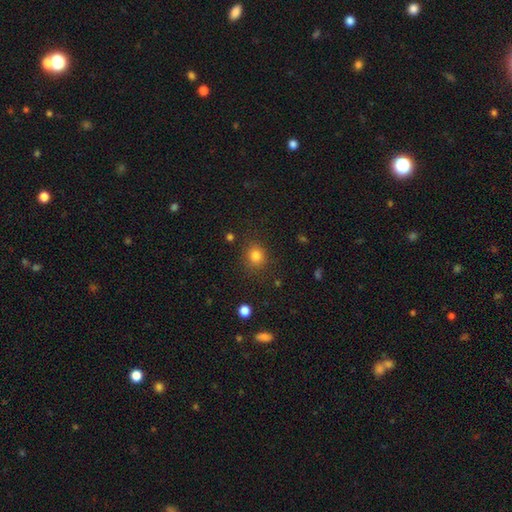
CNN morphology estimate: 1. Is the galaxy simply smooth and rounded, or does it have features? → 81% smooth, 13% star or artifact, 5% featured or disk.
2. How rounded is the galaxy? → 81% round, 18% in between, 1% cigar-shaped.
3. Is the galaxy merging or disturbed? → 85% none, 9% minor disturbance, 4% major disturbance, 2% merger.